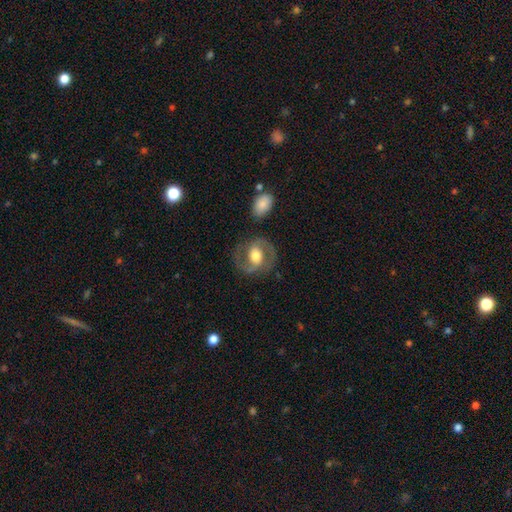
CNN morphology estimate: featured or disk 72%, smooth 23%, star or artifact 6%. Down the decision tree: edge-on disk — no (97%); bar — weak (40%); spiral arms — yes (82%); spiral arm count — 2 (89%); spiral winding — medium (57%); bulge size — moderate (64%); merging — none (78%).